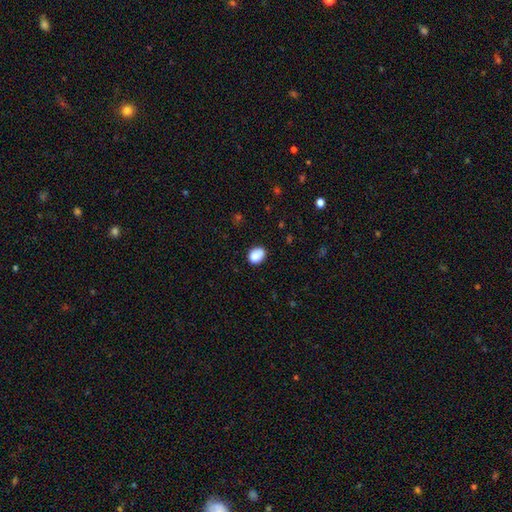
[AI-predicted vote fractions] Q: Smooth or featured?
A: smooth (84%); runner-up: star or artifact (9%)
Q: How rounded?
A: in between (59%); runner-up: round (41%)
Q: Merging?
A: none (67%); runner-up: minor disturbance (24%)